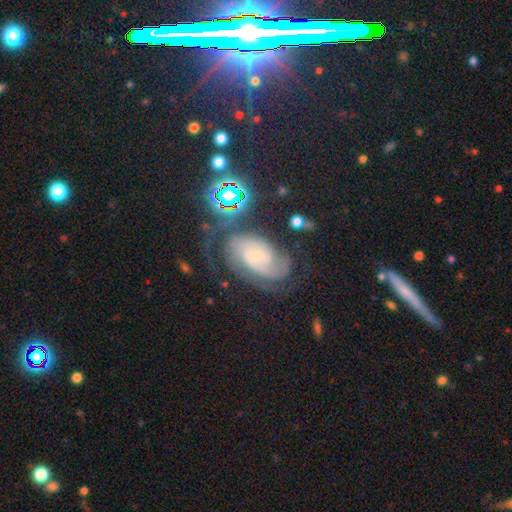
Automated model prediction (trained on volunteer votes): smooth-or-featured: featured or disk: 78% | star or artifact: 11% | smooth: 11%
  disk-edge-on: no: 97% | yes: 3%
    bar: no: 48% | weak: 42% | strong: 11%
    has-spiral-arms: yes: 95% | no: 5%
      spiral-winding: tight: 49% | medium: 40% | loose: 11%
      spiral-arm-count: 2: 54% | can't tell: 22% | 3: 11% | 1: 6% | 4: 4% | more than 4: 4%
    bulge-size: small: 70% | moderate: 14% | none: 12% | large: 3% | dominant: 1%
  merging: none: 57% | minor disturbance: 21% | major disturbance: 18% | merger: 4%